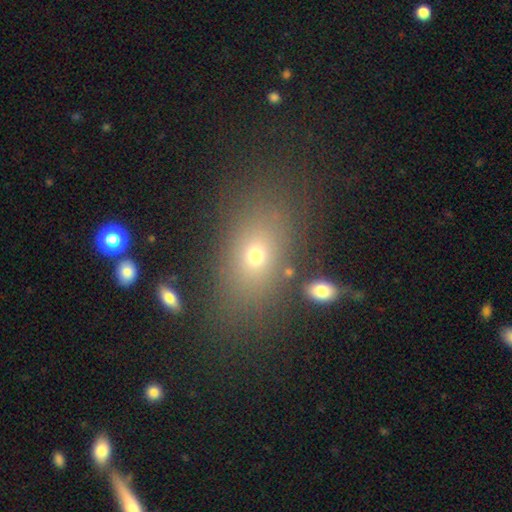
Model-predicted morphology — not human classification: Overall: smooth (65%). How rounded: in between (76%). Merging: none (78%).